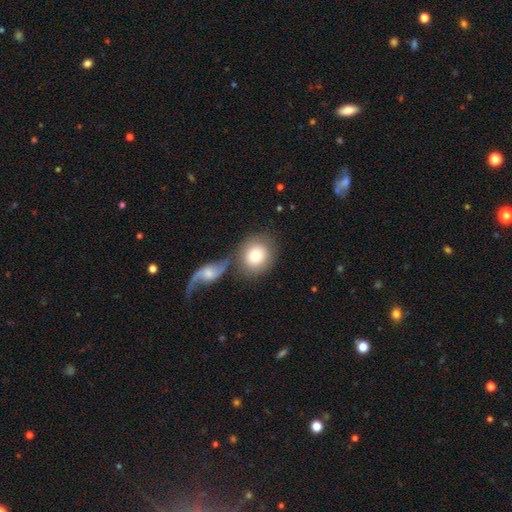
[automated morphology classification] The model was most divided on "merging": none: 55%, merger: 28%, minor disturbance: 11%, major disturbance: 5%. More confident: how rounded — round (78%); smooth or featured — smooth (76%).